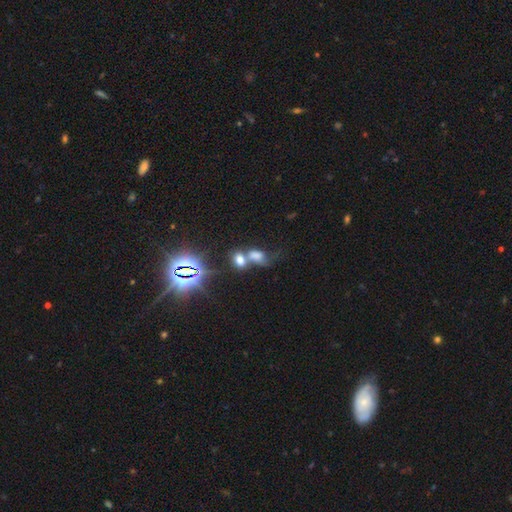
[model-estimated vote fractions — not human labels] Smooth or featured? Predicted: smooth (p=0.62). How rounded? Predicted: in between (p=0.73). Merging? Predicted: merger (p=0.68).